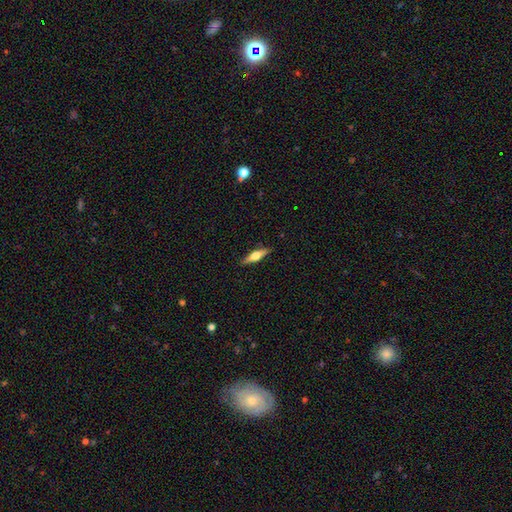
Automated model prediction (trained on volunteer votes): Overall: featured or disk (58%; smooth 36%). Edge-on disk: yes (96%). Edge-on bulge: rounded (92%). Merging: none (89%).